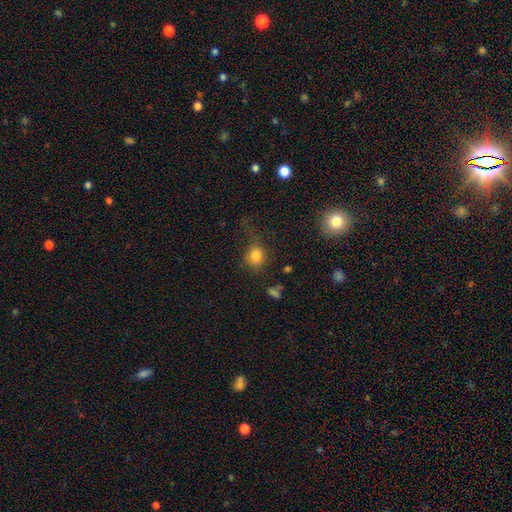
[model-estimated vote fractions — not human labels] A smooth galaxy with no disk features (81%) that is round (76%).

Vote fractions:
- Smooth or featured? smooth: 81% / star or artifact: 12% / featured or disk: 7%
- How rounded? round: 76% / in between: 22% / cigar-shaped: 1%
- Merging? none: 62% / minor disturbance: 19% / major disturbance: 15% / merger: 5%